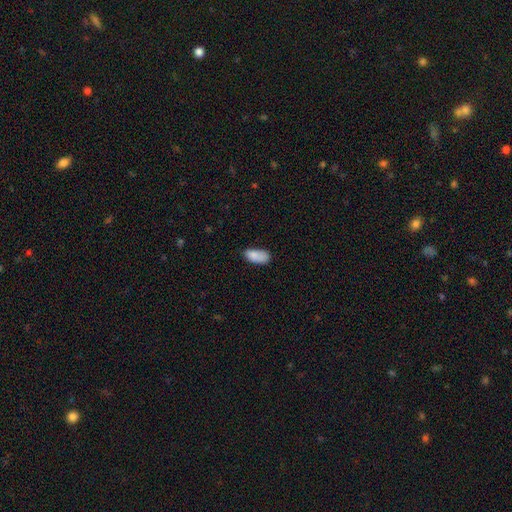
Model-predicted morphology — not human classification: Smooth or featured? smooth (84%)
How rounded? in between (91%)
Merging? none (59%)